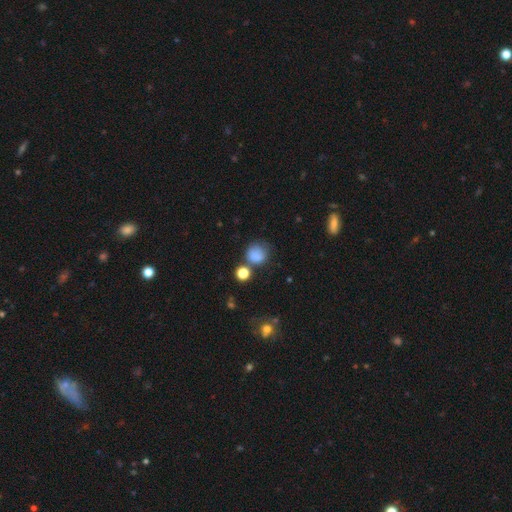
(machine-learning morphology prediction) Smooth or featured? Predicted: smooth (p=0.80). How rounded? Predicted: round (p=0.82). Merging? Predicted: none (p=0.57).